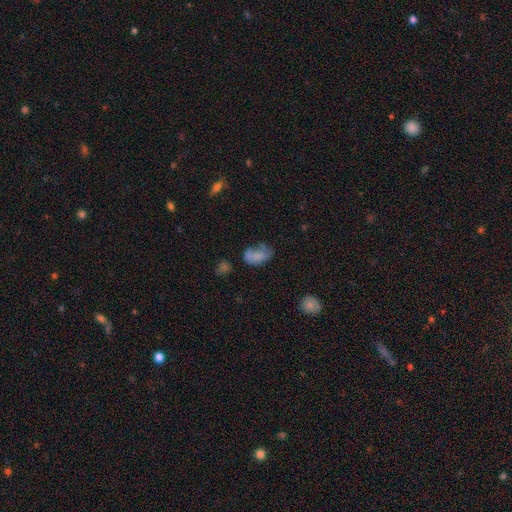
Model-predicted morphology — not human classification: Smooth or featured? Predicted: smooth (p=0.70). How rounded? Predicted: in between (p=0.89). Merging? Predicted: none (p=0.35).